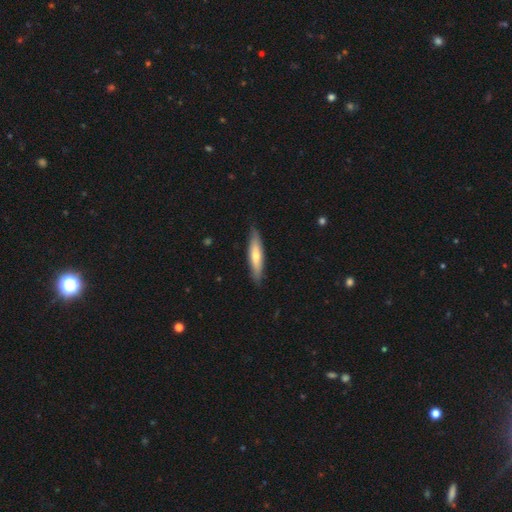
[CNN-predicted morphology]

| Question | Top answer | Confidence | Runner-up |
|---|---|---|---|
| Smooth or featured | smooth | 56% | featured or disk (38%) |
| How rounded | cigar-shaped | 79% | in between (20%) |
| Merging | none | 86% | minor disturbance (11%) |